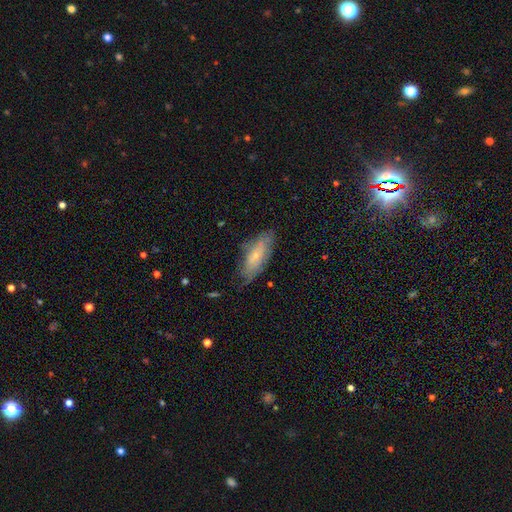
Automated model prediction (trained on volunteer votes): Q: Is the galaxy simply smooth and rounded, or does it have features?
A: smooth — 50%.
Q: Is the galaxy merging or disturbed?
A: none — 66%.